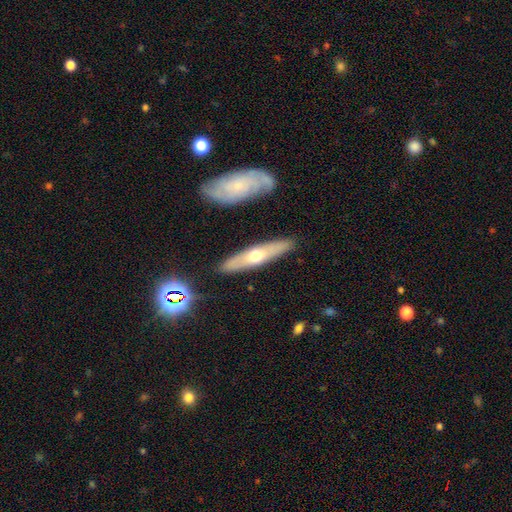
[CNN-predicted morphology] Smooth or featured: featured or disk — 50% (smooth — 45%)
Merging: none — 88% (minor disturbance — 8%)